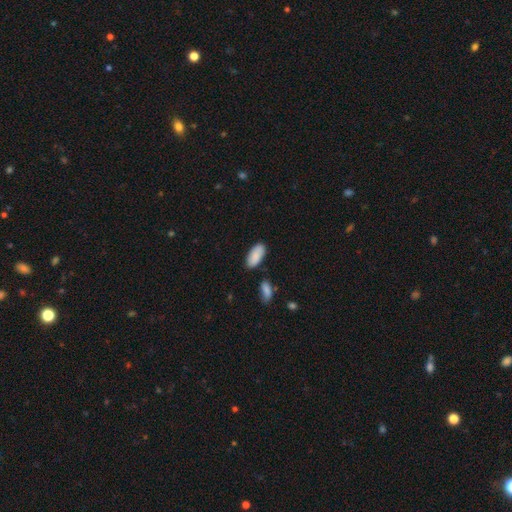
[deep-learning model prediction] smooth-or-featured: smooth: 88% | star or artifact: 6% | featured or disk: 6%
  how-rounded: in between: 91% | cigar-shaped: 8% | round: 2%
  merging: none: 80% | minor disturbance: 12% | merger: 5% | major disturbance: 3%